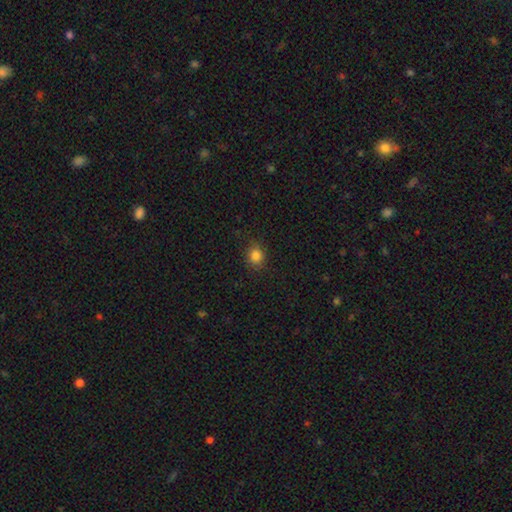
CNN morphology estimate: smooth_or_featured: smooth (p=0.83) [alt: star or artifact p=0.12]
how_rounded: round (p=0.76) [alt: in between p=0.23]
merging: none (p=0.85) [alt: minor disturbance p=0.11]